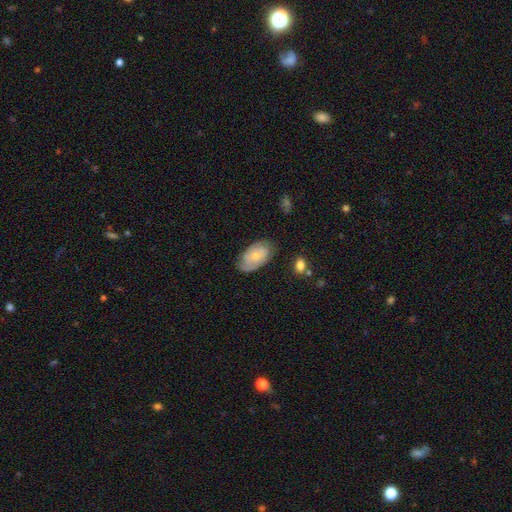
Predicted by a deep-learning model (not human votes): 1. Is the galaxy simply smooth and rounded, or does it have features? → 54% smooth, 39% featured or disk, 7% star or artifact.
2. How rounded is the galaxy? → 93% in between, 5% round, 2% cigar-shaped.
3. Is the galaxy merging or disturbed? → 67% none, 25% minor disturbance, 7% major disturbance, 2% merger.